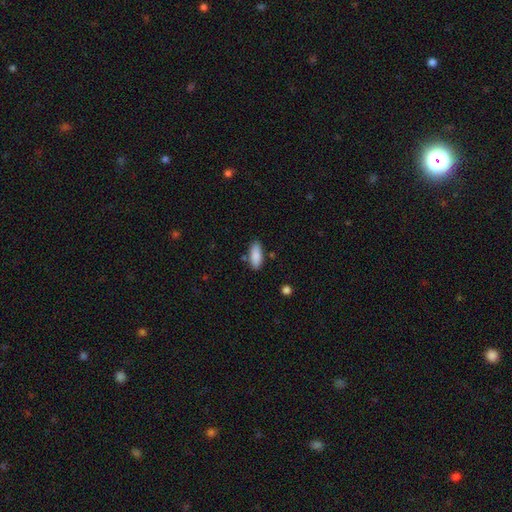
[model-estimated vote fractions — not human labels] smooth-or-featured: smooth: 88% | star or artifact: 6% | featured or disk: 6%
  how-rounded: in between: 81% | cigar-shaped: 17% | round: 2%
  merging: none: 79% | minor disturbance: 13% | merger: 4% | major disturbance: 3%